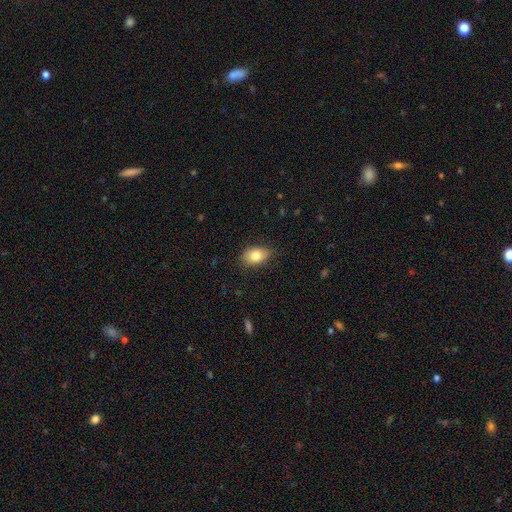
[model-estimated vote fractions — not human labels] Morphology: type=smooth (82%); roundness=in between (84%); merging=none (79%).